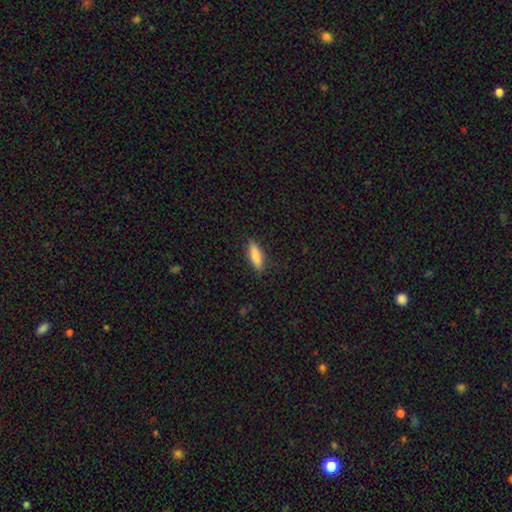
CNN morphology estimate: smooth 80%, featured or disk 14%, star or artifact 6%. Down the decision tree: how rounded — cigar-shaped (52%); merging — none (86%).